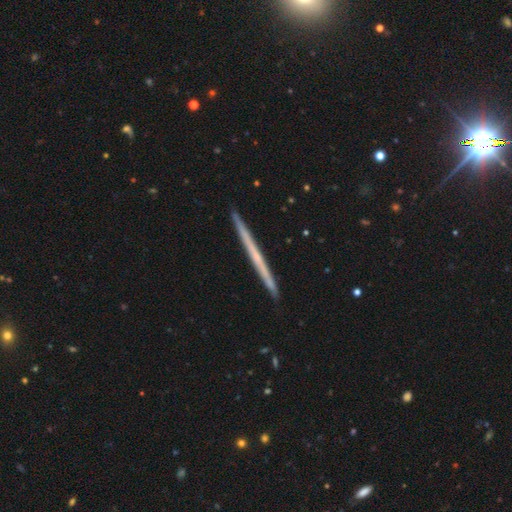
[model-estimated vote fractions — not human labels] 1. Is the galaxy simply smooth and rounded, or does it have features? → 58% featured or disk, 36% smooth, 6% star or artifact.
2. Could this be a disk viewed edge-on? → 98% yes, 2% no.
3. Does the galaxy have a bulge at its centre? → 88% none, 9% rounded, 3% boxy.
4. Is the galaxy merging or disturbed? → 93% none, 5% minor disturbance, 1% merger, 1% major disturbance.